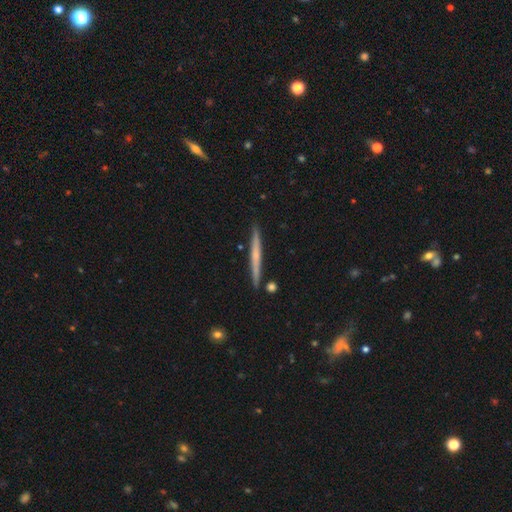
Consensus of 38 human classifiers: A featured or disk galaxy (61%) viewed edge-on (100%) with no central bulge (52%).

Vote fractions:
- Smooth or featured? featured or disk: 61% / smooth: 39% / star or artifact: 0%
- Edge-on disk? yes: 100% / no: 0%
- Edge-on bulge? none: 52% / rounded: 48% / boxy: 0%
- Merging? none: 82% / minor disturbance: 16% / major disturbance: 3% / merger: 0%